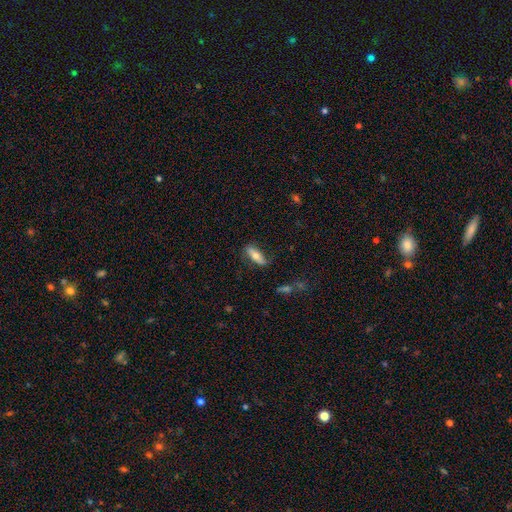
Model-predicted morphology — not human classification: Smooth or featured?
  - smooth: 56% *
  - featured or disk: 38%
  - star or artifact: 7%
How rounded?
  - in between: 53% *
  - cigar-shaped: 44%
  - round: 3%
Merging?
  - none: 71% *
  - minor disturbance: 20%
  - major disturbance: 7%
  - merger: 2%